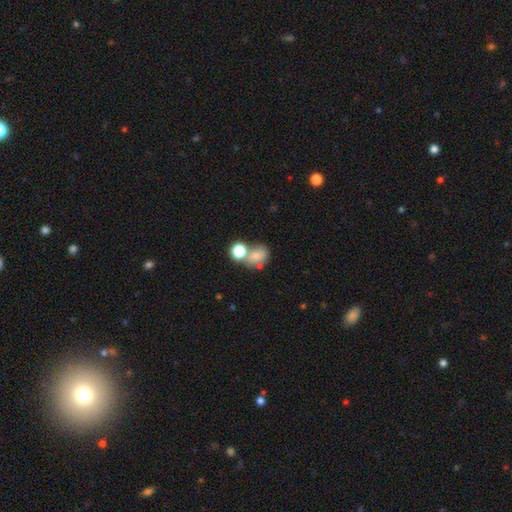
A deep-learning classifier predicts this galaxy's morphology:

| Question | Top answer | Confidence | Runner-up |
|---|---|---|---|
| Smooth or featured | smooth | 74% | star or artifact (13%) |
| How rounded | round | 51% | in between (48%) |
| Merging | none | 41% | merger (38%) |